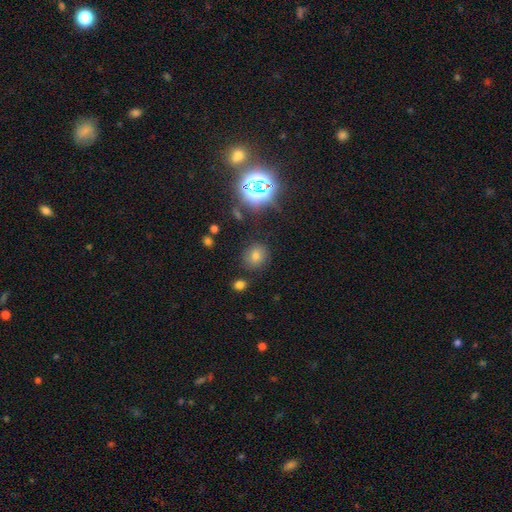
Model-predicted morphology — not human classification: The model was most divided on "smooth or featured": smooth: 59%, star or artifact: 30%, featured or disk: 11%. More confident: merging — none (85%); how rounded — round (80%).